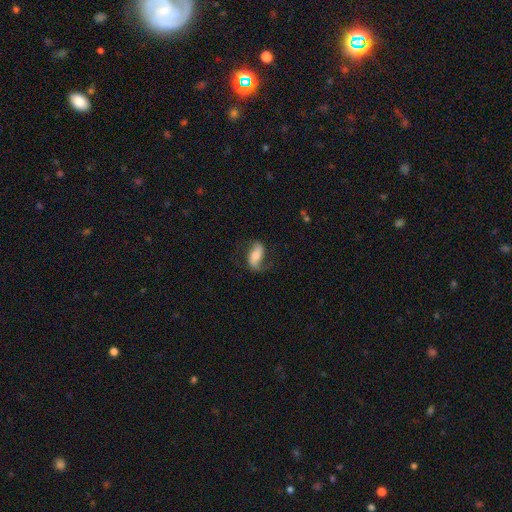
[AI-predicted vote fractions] smooth-or-featured: featured or disk: 57% | smooth: 36% | star or artifact: 7%
  disk-edge-on: no: 92% | yes: 8%
    bar: no: 35% (tied) | strong: 35% (tied) | weak: 31%
    has-spiral-arms: yes: 89% | no: 11%
    bulge-size: moderate: 49% | small: 28% | large: 15% | none: 5% | dominant: 3%
  merging: none: 63% | minor disturbance: 21% | major disturbance: 14% | merger: 2%